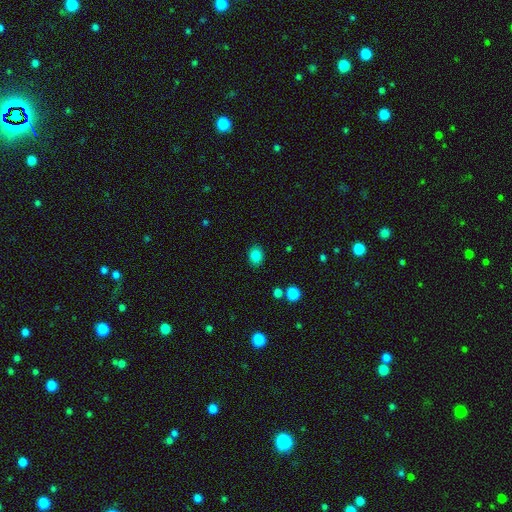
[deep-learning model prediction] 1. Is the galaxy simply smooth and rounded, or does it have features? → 83% smooth, 10% star or artifact, 6% featured or disk.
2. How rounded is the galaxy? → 56% in between, 43% round, 1% cigar-shaped.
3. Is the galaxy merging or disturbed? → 87% none, 9% minor disturbance, 2% major disturbance, 2% merger.